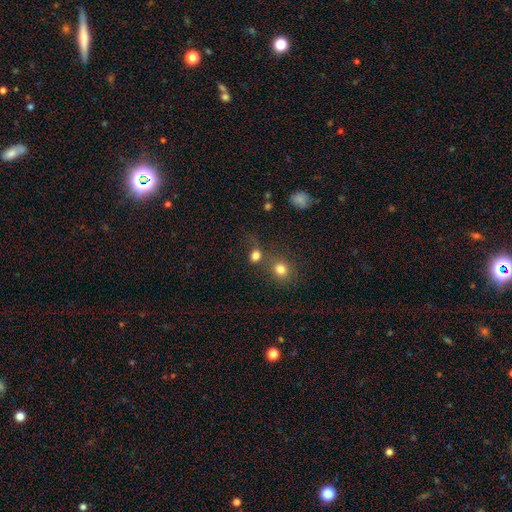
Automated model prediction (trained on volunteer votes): smooth-or-featured: smooth: 77% | star or artifact: 15% | featured or disk: 8%
  how-rounded: round: 68% | in between: 31% | cigar-shaped: 2%
  merging: none: 50% | merger: 28% | minor disturbance: 12% | major disturbance: 10%